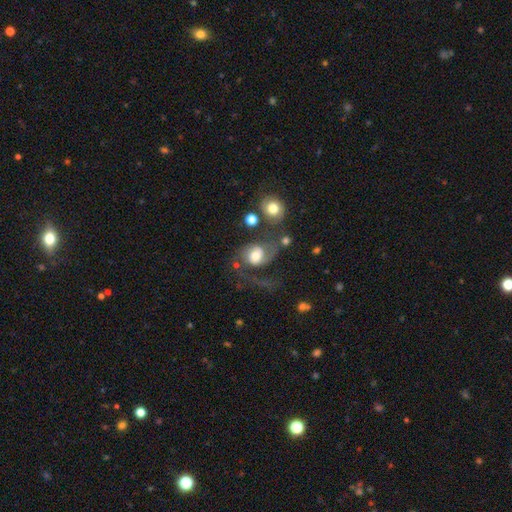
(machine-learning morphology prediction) smooth_or_featured: featured or disk (p=0.59) [alt: smooth p=0.32]
disk_edge_on: no (p=0.97) [alt: yes p=0.03]
bar: no (p=0.69) [alt: weak p=0.26]
has_spiral_arms: yes (p=0.84) [alt: no p=0.16]
bulge_size: moderate (p=0.61) [alt: large p=0.23]
merging: major disturbance (p=0.42) [alt: none p=0.29]